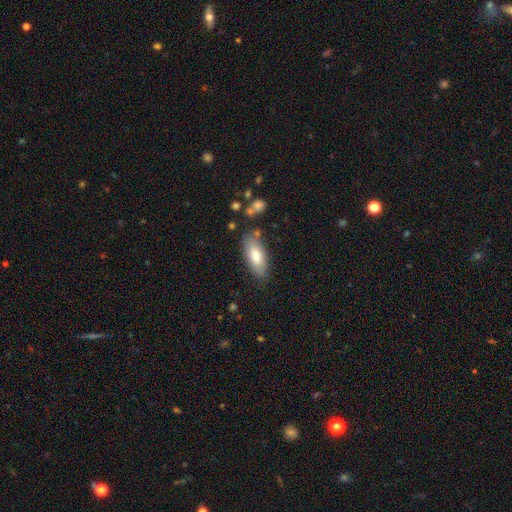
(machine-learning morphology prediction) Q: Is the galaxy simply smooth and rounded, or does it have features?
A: smooth — 76%.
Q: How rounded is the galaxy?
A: in between — 81%.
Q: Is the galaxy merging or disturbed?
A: none — 77%.